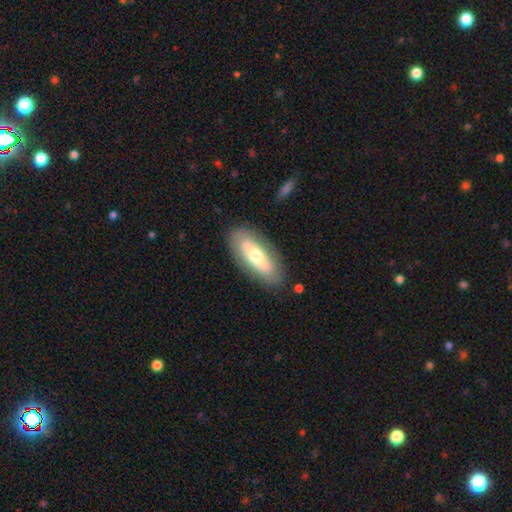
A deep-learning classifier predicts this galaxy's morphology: Smooth or featured? Predicted: smooth (p=0.48). Merging? Predicted: none (p=0.82).